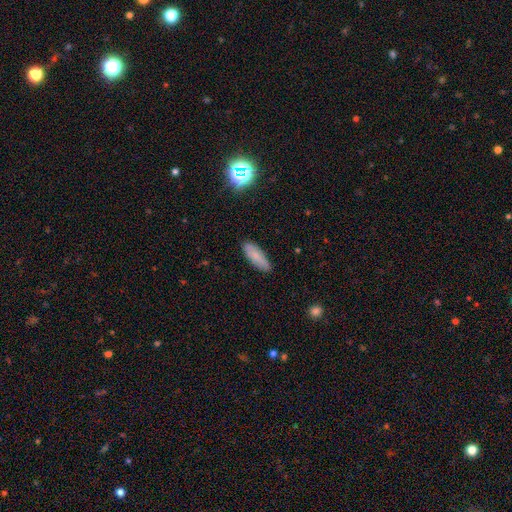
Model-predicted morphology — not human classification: A smooth galaxy with no disk features (80%) that is in between round and cigar-shaped (57%).

Vote fractions:
- Smooth or featured? smooth: 80% / featured or disk: 12% / star or artifact: 8%
- How rounded? in between: 57% / cigar-shaped: 41% / round: 2%
- Merging? none: 86% / minor disturbance: 11% / major disturbance: 2% / merger: 1%